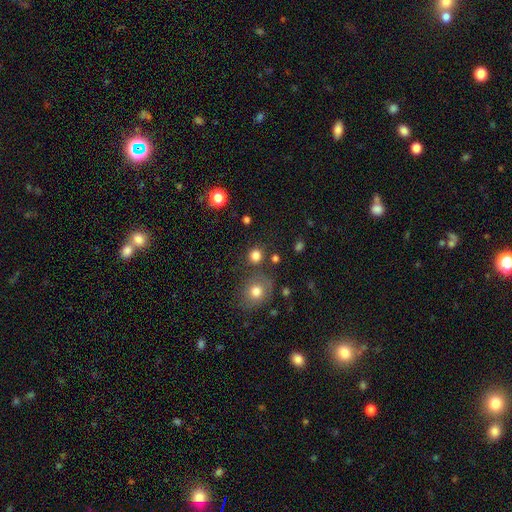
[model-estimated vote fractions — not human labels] Smooth or featured?
  - smooth: 81% *
  - star or artifact: 14%
  - featured or disk: 5%
How rounded?
  - round: 89% *
  - in between: 10%
  - cigar-shaped: 1%
Merging?
  - none: 80% *
  - minor disturbance: 8%
  - merger: 8%
  - major disturbance: 3%